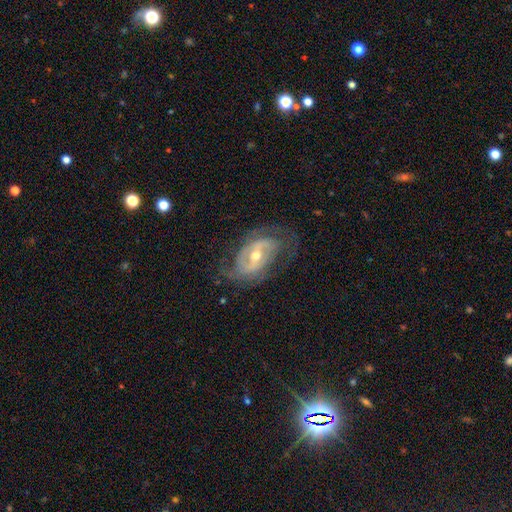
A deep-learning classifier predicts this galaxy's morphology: featured or disk 84%, smooth 10%, star or artifact 6%. Down the decision tree: edge-on disk — no (94%); bar — weak (40%); spiral arms — yes (86%); spiral arm count — 2 (60%); spiral winding — medium (40%, tied with tight); bulge size — moderate (60%); merging — none (65%).